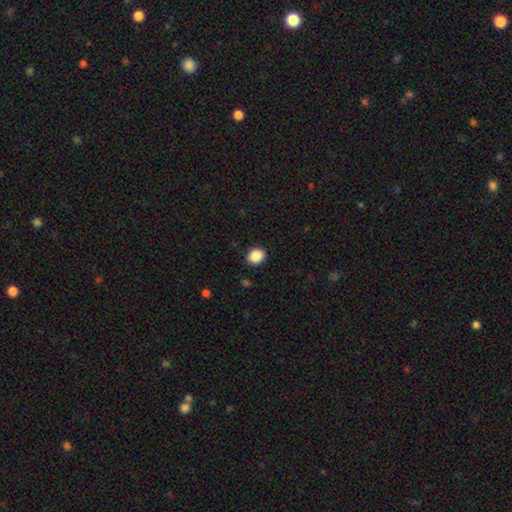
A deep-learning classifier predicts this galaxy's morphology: A smooth galaxy with no disk features (89%) that is round (61%). Merging: none (91%).